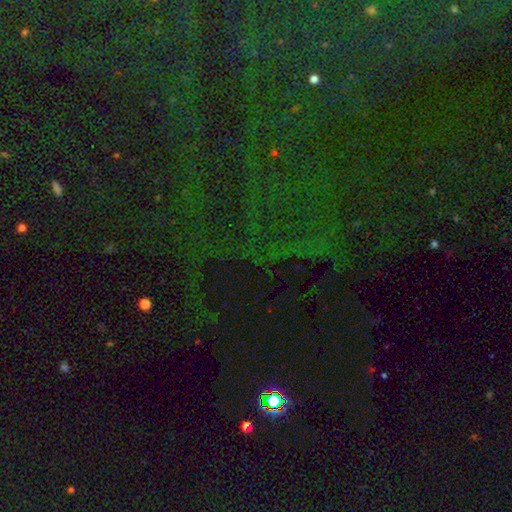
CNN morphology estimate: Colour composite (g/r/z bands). It shows a star or artifact, not a galaxy (82%).